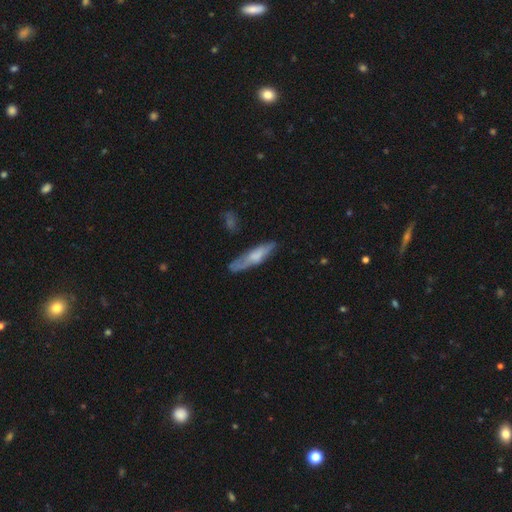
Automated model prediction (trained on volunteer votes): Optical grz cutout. It shows a smooth galaxy with no disk features (51%) that is cigar-shaped (72%). Merging: none (67%).